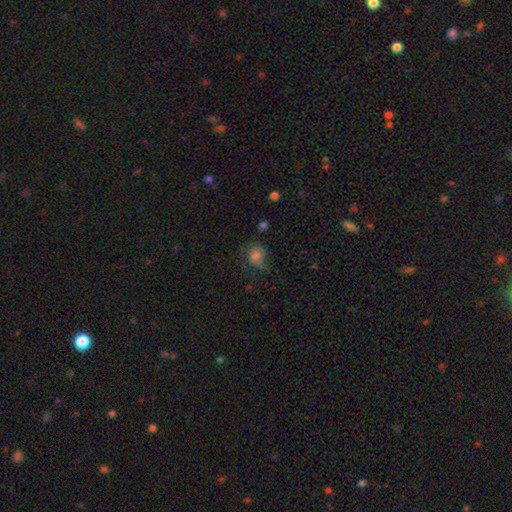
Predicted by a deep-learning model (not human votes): smooth_or_featured: smooth (p=0.73) [alt: star or artifact p=0.14]
how_rounded: round (p=0.67) [alt: in between p=0.32]
merging: none (p=0.49) [alt: minor disturbance p=0.28]